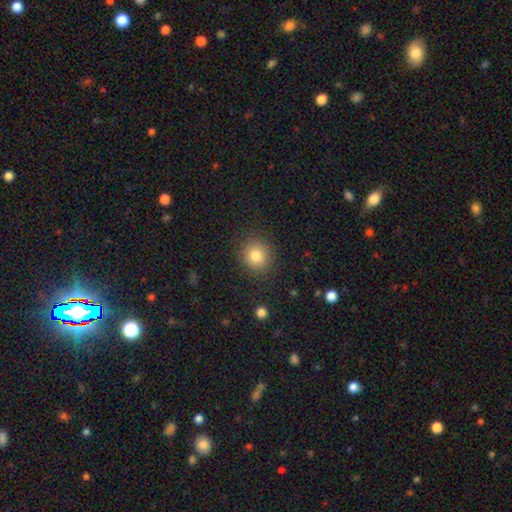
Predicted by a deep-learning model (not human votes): A smooth galaxy with no disk features (82%) that is round (87%).

Vote fractions:
- Smooth or featured? smooth: 82% / star or artifact: 11% / featured or disk: 7%
- How rounded? round: 87% / in between: 12% / cigar-shaped: 1%
- Merging? none: 87% / minor disturbance: 8% / major disturbance: 3% / merger: 1%